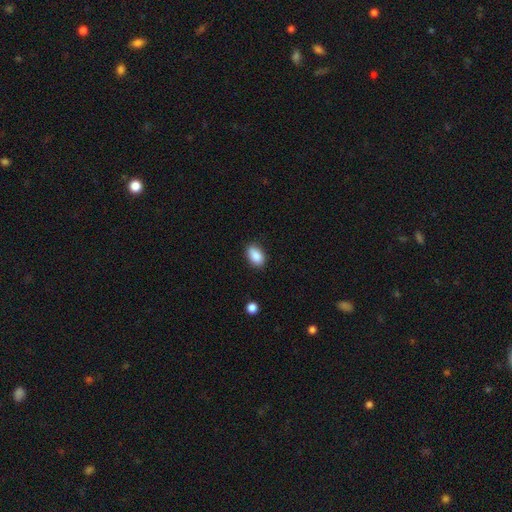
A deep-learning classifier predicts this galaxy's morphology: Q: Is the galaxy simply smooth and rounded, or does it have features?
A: smooth — 88%.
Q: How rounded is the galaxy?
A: in between — 90%.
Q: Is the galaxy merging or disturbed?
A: none — 83%.